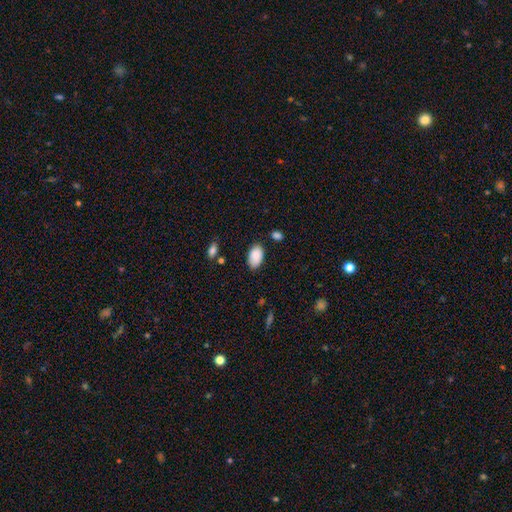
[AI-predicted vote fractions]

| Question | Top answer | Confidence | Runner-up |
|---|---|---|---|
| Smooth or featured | smooth | 89% | star or artifact (7%) |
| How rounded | in between | 94% | round (5%) |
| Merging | none | 79% | minor disturbance (15%) |